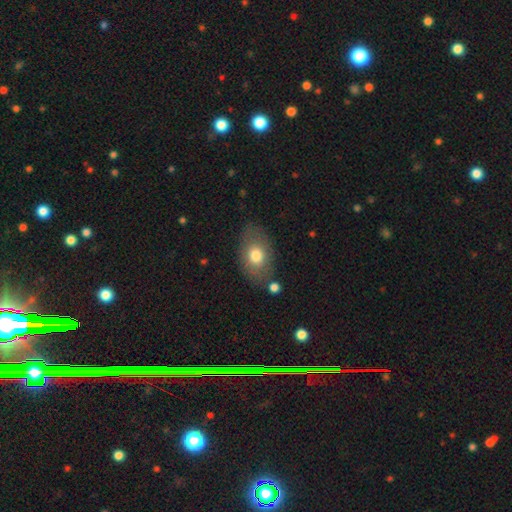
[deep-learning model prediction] This appears to be a smooth galaxy with no disk features (72%) that is in between round and cigar-shaped (83%). Merging: none (74%).